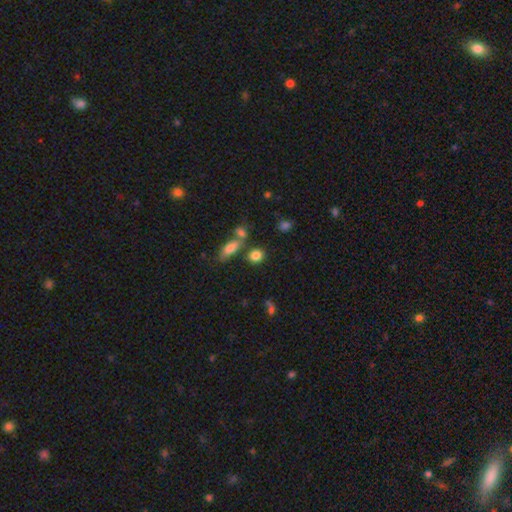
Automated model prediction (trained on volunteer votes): Smooth or featured: smooth — 82% (star or artifact — 10%)
How rounded: round — 56% (in between — 40%)
Merging: none — 69% (merger — 15%)